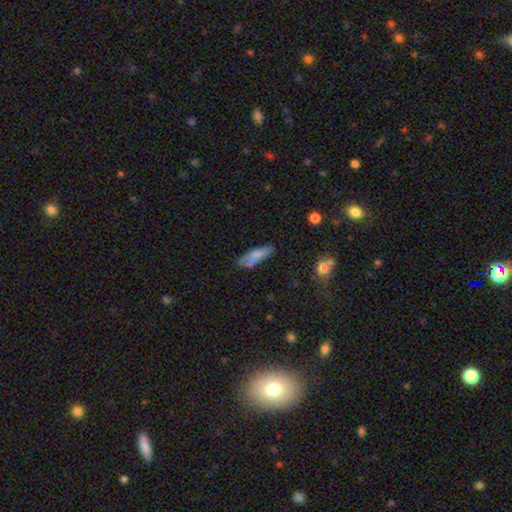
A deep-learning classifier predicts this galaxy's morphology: Q: Smooth or featured?
A: smooth (76%); runner-up: featured or disk (16%)
Q: How rounded?
A: cigar-shaped (53%); runner-up: in between (45%)
Q: Merging?
A: none (61%); runner-up: minor disturbance (26%)